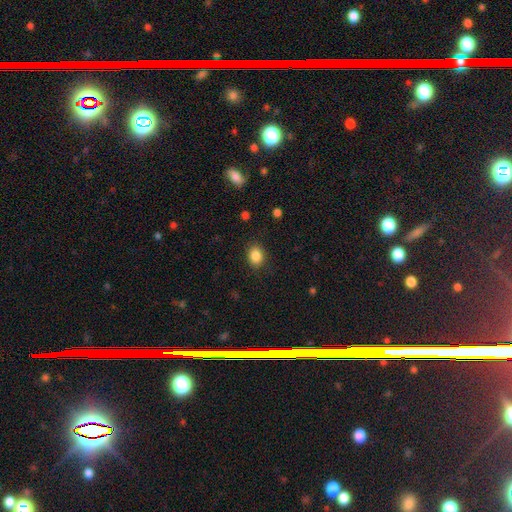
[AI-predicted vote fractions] This is clearly a smooth galaxy (86%). How rounded: possibly in between (58%). Merging: clearly none (87%).